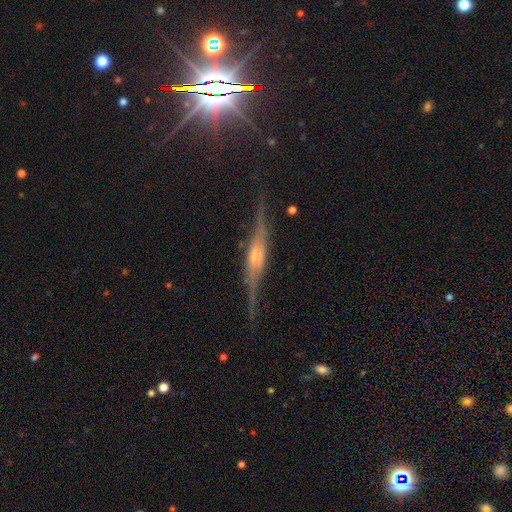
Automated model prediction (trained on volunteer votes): Smooth or featured: featured or disk — 81% (smooth — 11%)
Edge-on disk: yes — 94% (no — 6%)
Edge-on bulge: rounded — 62% (boxy — 28%)
Merging: none — 76% (minor disturbance — 16%)